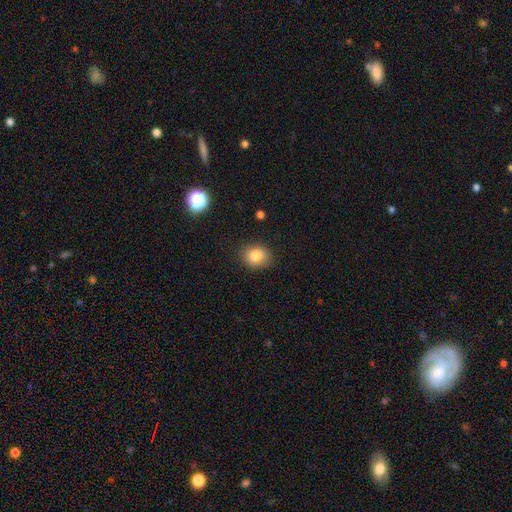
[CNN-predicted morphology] A smooth galaxy with no disk features (82%) that is round (69%). Merging: none (84%).